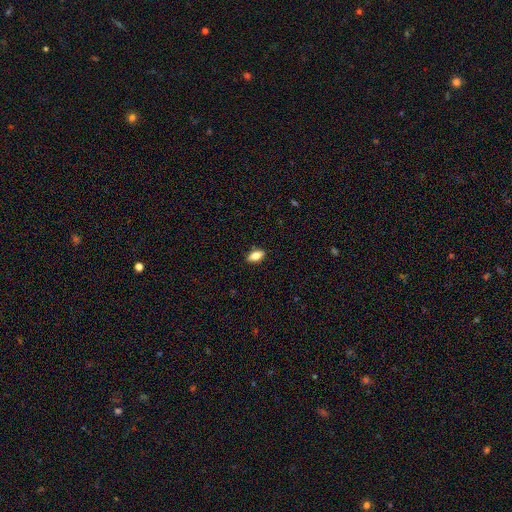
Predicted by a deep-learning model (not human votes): Overall: smooth (80%). How rounded: in between (87%). Merging: none (88%).